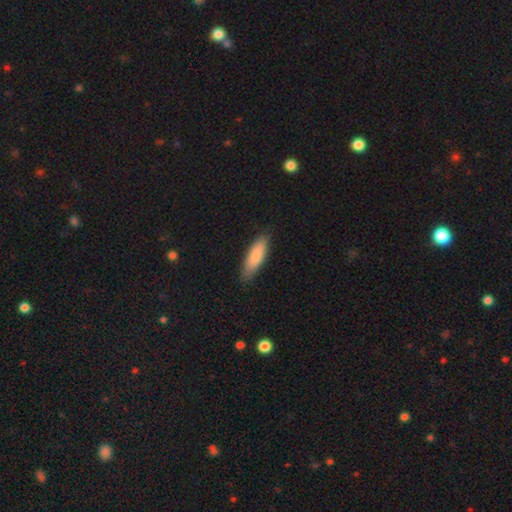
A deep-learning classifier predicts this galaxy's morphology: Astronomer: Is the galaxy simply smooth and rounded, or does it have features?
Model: smooth — 84%.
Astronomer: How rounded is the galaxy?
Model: in between — 51% (runner-up: cigar-shaped, 47%).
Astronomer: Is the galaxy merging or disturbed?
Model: none — 83%.